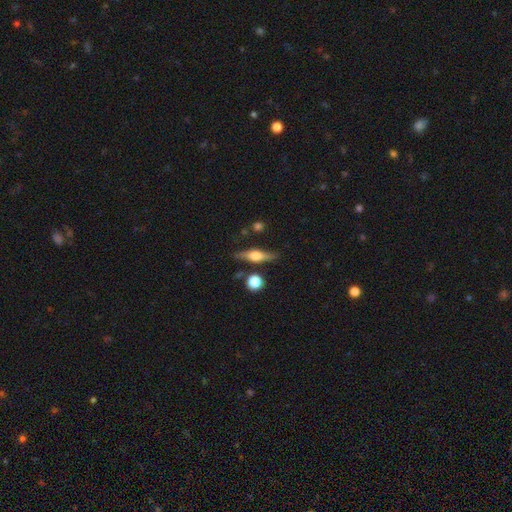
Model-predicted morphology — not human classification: This is likely a featured or disk galaxy (63%). It is clearly viewed edge-on (94%). Edge-on bulge: clearly rounded (90%). Merging: likely none (80%).